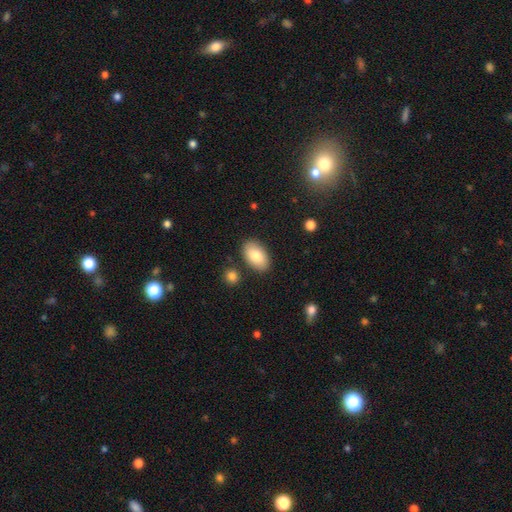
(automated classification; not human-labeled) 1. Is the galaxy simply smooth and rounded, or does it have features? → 83% smooth, 12% featured or disk, 6% star or artifact.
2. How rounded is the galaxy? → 94% in between, 5% round, 1% cigar-shaped.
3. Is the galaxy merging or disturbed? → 85% none, 9% minor disturbance, 3% merger, 2% major disturbance.